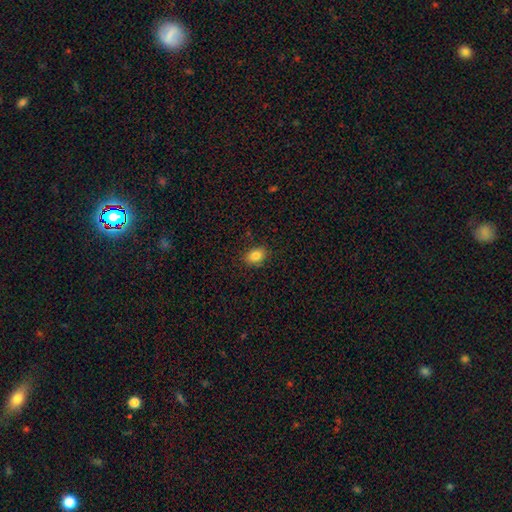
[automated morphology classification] A smooth galaxy with no disk features (85%) that is in between round and cigar-shaped (72%).

Vote fractions:
- Smooth or featured? smooth: 85% / star or artifact: 9% / featured or disk: 6%
- How rounded? in between: 72% / round: 27% / cigar-shaped: 1%
- Merging? none: 87% / minor disturbance: 9% / major disturbance: 2% / merger: 1%